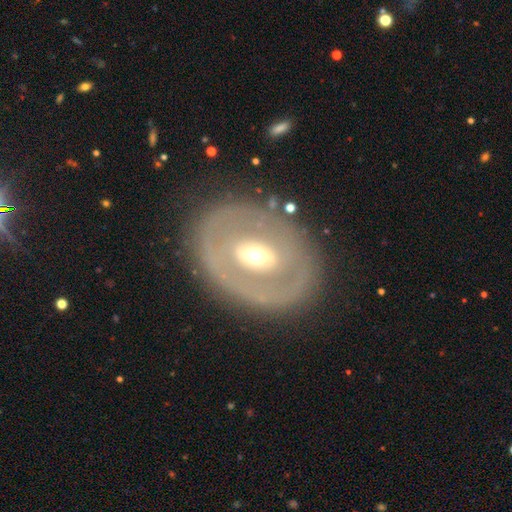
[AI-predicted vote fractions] Smooth or featured? Predicted: featured or disk (p=0.67). Edge-on disk? Predicted: no (p=0.92). Bar? Predicted: no (p=0.40). Spiral arms? Predicted: no (p=0.78). Bulge size? Predicted: moderate (p=0.65). Merging? Predicted: none (p=0.78).